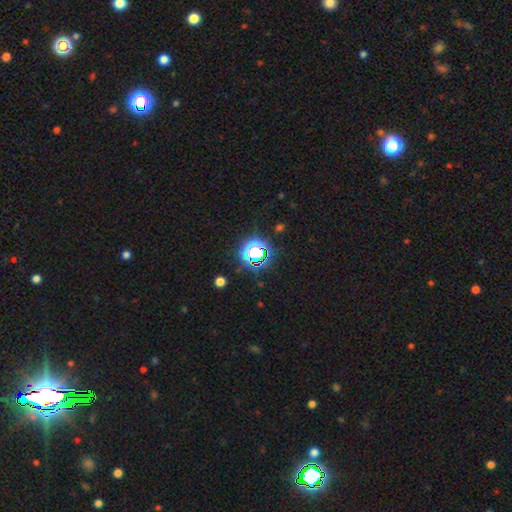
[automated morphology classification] This is likely a star or artifact rather than a galaxy (67%).